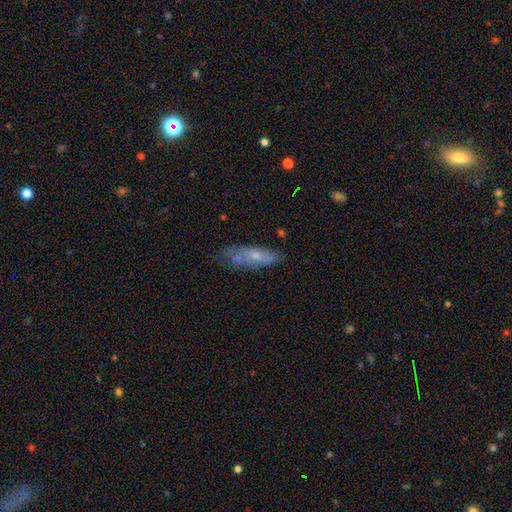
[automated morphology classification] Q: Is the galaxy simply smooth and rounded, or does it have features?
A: smooth — 52%.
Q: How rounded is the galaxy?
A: cigar-shaped — 58%.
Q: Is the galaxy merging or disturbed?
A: none — 61%.